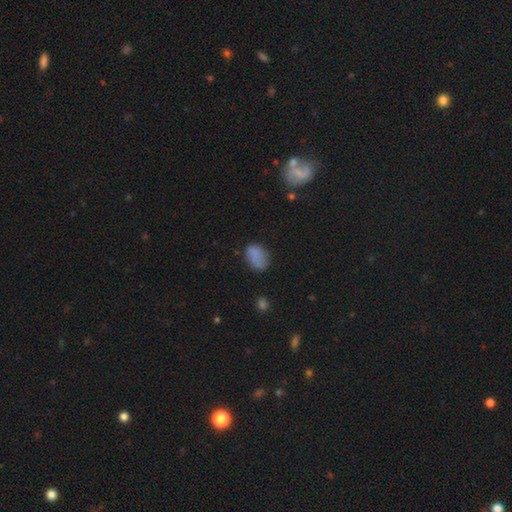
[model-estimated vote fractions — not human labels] smooth-or-featured: smooth: 77% | featured or disk: 12% | star or artifact: 10%
  how-rounded: in between: 78% | round: 20% | cigar-shaped: 2%
  merging: none: 60% | minor disturbance: 26% | major disturbance: 9% | merger: 5%